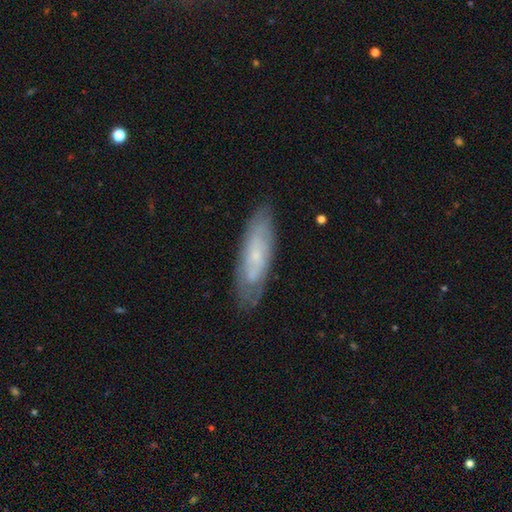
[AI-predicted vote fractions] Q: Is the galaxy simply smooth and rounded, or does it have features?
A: featured or disk — 54%.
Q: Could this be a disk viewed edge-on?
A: no — 72%.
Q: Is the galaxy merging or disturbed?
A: none — 79%.